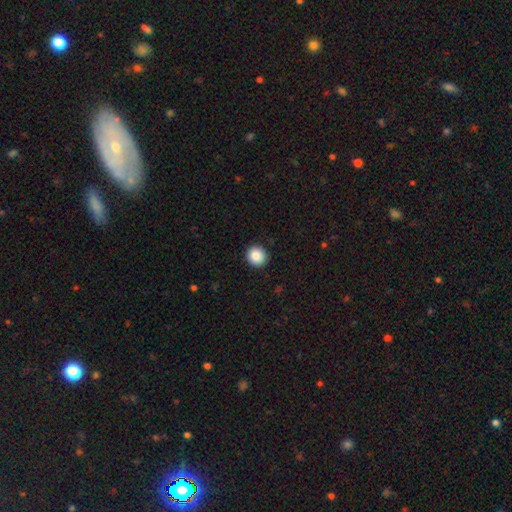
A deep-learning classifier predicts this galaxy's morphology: Smooth or featured? smooth (87%)
How rounded? round (92%)
Merging? none (91%)